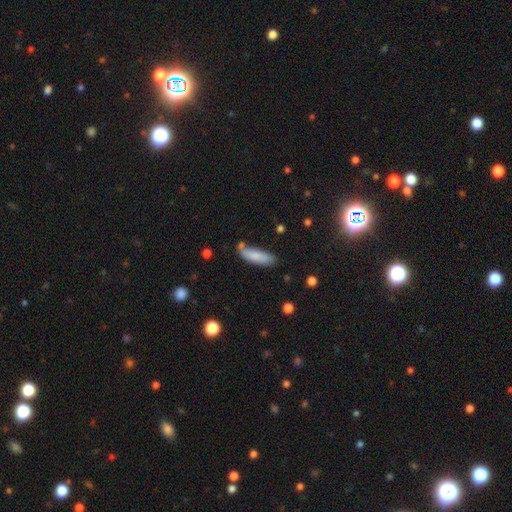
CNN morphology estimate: smooth-or-featured: smooth: 83% | featured or disk: 11% | star or artifact: 6%
  how-rounded: in between: 53% | cigar-shaped: 45% | round: 2%
  merging: none: 64% | minor disturbance: 22% | merger: 9% | major disturbance: 5%